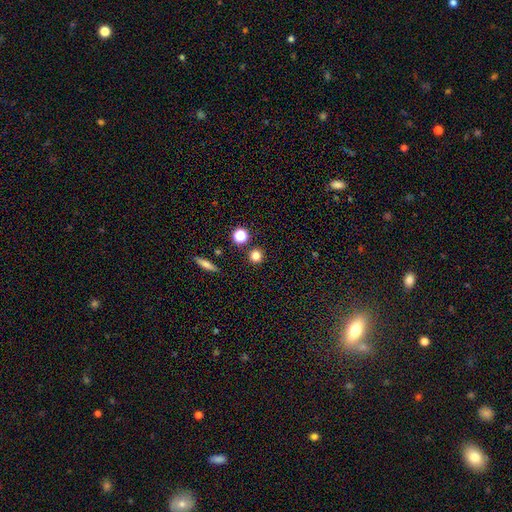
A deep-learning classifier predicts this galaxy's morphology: Q: Smooth or featured?
A: smooth (79%); runner-up: star or artifact (14%)
Q: How rounded?
A: round (94%); runner-up: in between (5%)
Q: Merging?
A: none (88%); runner-up: minor disturbance (6%)